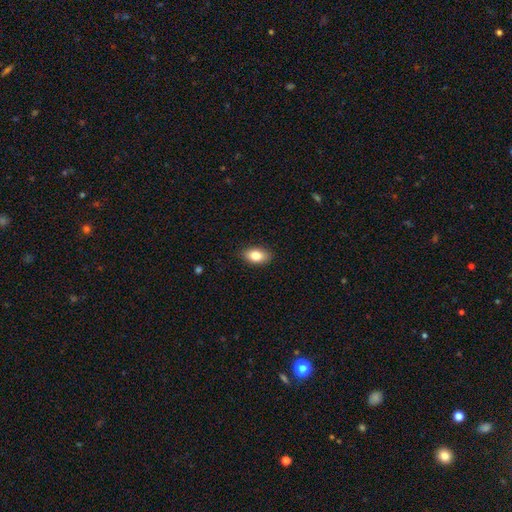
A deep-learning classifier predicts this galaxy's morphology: Smooth or featured: smooth — 83% (featured or disk — 10%)
How rounded: in between — 90% (round — 7%)
Merging: none — 88% (minor disturbance — 9%)